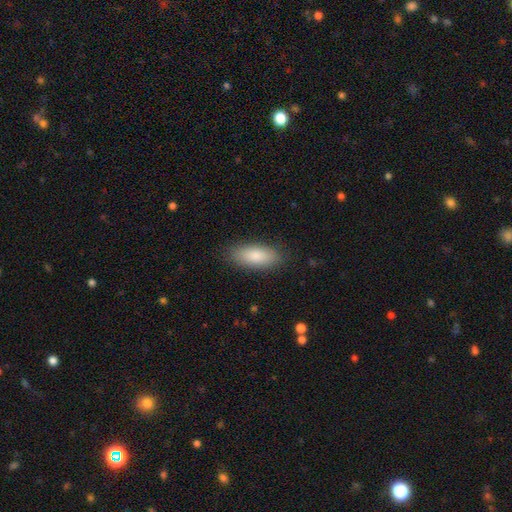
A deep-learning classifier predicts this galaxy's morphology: This is clearly a smooth galaxy (84%). How rounded: clearly in between (82%). Merging: clearly none (86%).